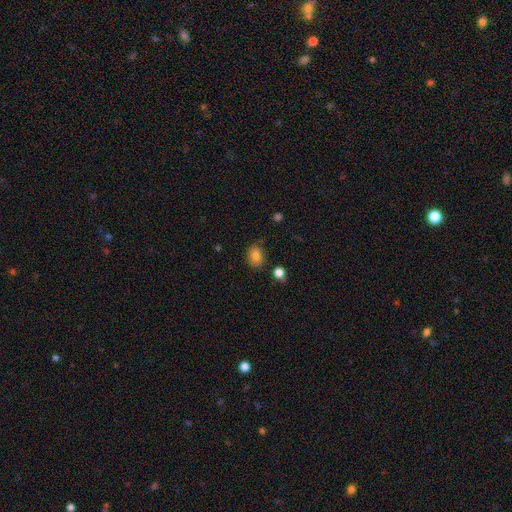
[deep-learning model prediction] smooth 82%, star or artifact 10%, featured or disk 8%. Down the decision tree: how rounded — in between (58%); merging — none (79%).